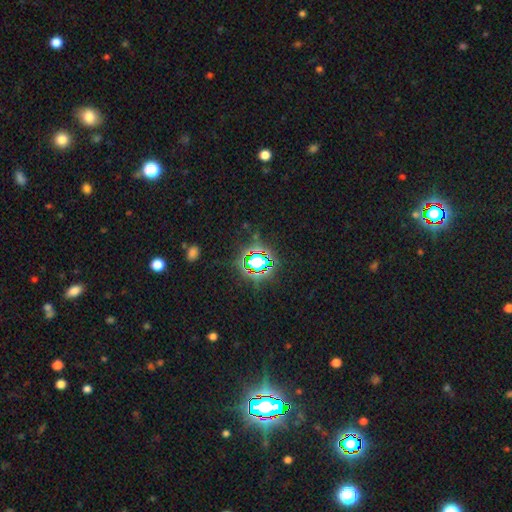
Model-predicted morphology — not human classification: This appears to be a star or artifact, not a galaxy (82%).